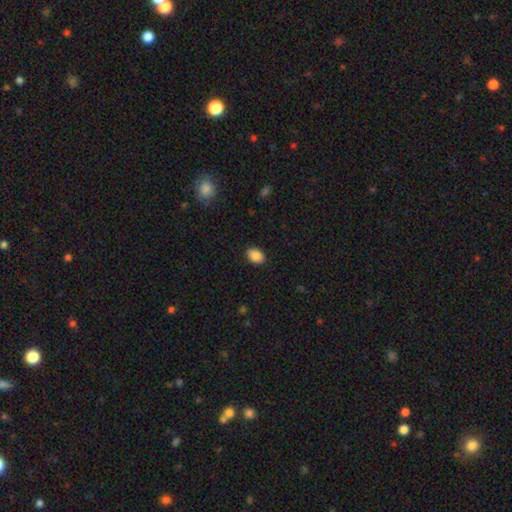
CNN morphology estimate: Smooth or featured? smooth (87%)
How rounded? in between (79%)
Merging? none (87%)